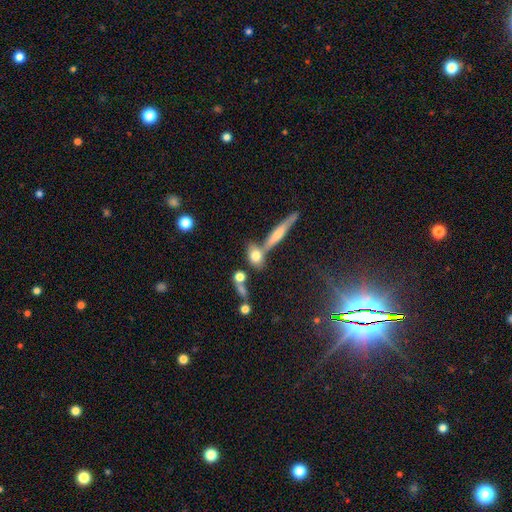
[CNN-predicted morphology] type=smooth (70%); roundness=in between (49%); merging=none (55%).